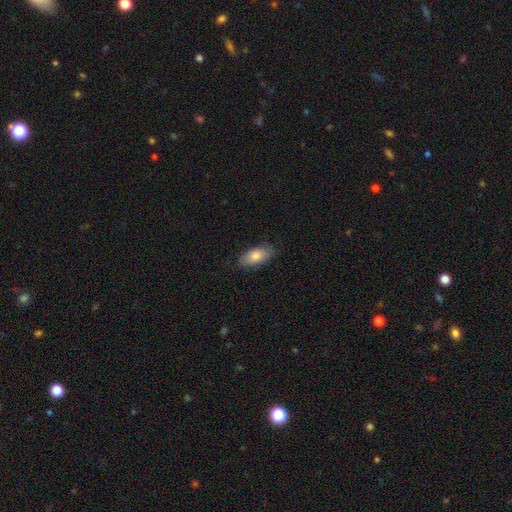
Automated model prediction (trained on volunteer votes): Q: Smooth or featured?
A: smooth (79%); runner-up: featured or disk (15%)
Q: How rounded?
A: in between (89%); runner-up: cigar-shaped (8%)
Q: Merging?
A: none (82%); runner-up: minor disturbance (15%)